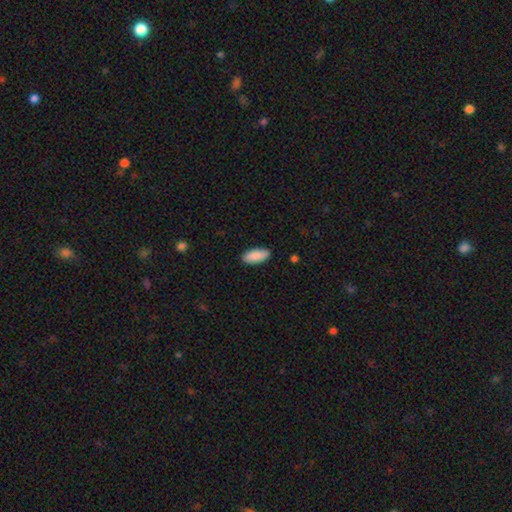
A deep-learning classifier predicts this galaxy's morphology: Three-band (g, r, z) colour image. It shows a smooth galaxy with no disk features (90%) that is in between round and cigar-shaped (88%). Merging: none (88%).